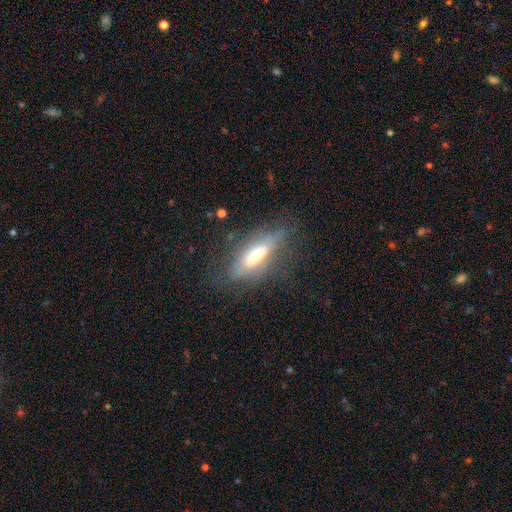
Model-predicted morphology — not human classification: A featured or disk galaxy (54%). Merging: none (66%).